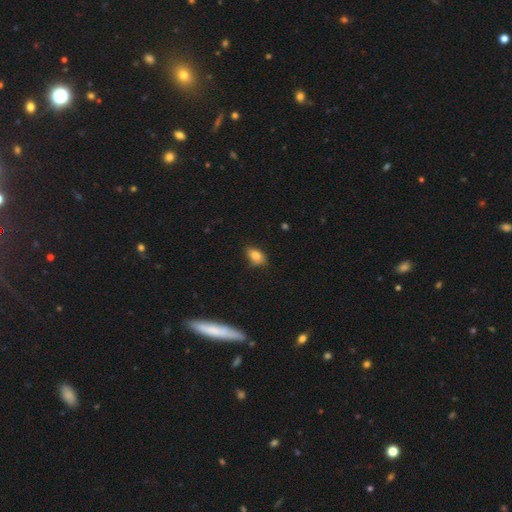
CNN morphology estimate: Smooth or featured?
  - smooth: 81% *
  - featured or disk: 9%
  - star or artifact: 9%
How rounded?
  - in between: 87% *
  - round: 11%
  - cigar-shaped: 3%
Merging?
  - none: 78% *
  - minor disturbance: 18%
  - major disturbance: 3%
  - merger: 1%